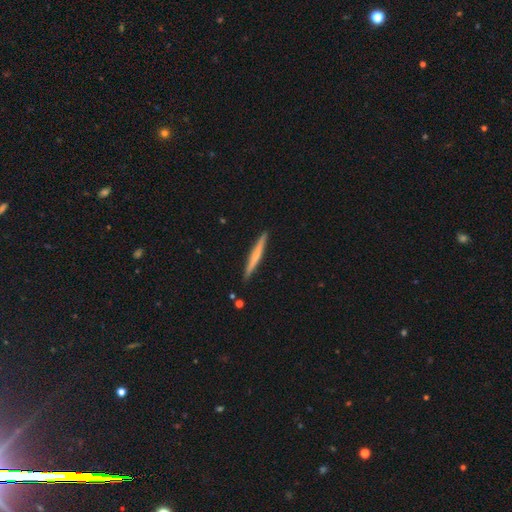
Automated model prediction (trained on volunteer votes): A smooth galaxy with no disk features (49%). Merging: none (91%).